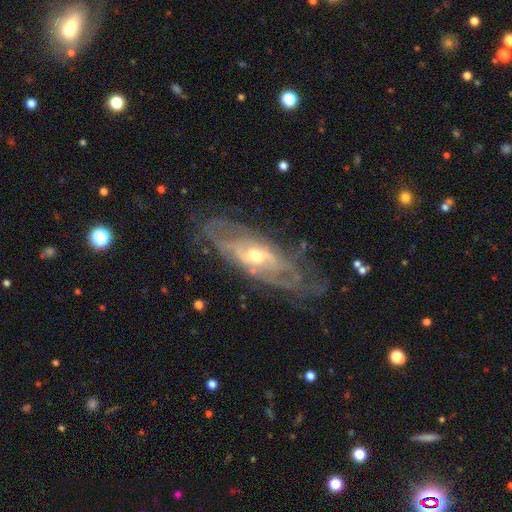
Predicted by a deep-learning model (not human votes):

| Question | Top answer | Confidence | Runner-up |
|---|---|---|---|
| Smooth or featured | featured or disk | 82% | smooth (12%) |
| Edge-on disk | no | 83% | yes (17%) |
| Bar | no | 45% | weak (38%) |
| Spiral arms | yes | 77% | no (23%) |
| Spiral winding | tight | 46% | medium (36%) |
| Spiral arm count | can't tell | 42% | 2 (40%) |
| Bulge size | moderate | 64% | small (30%) |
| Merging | none | 61% | minor disturbance (21%) |